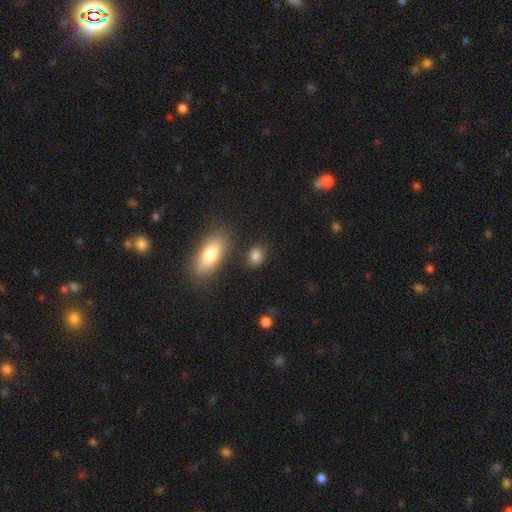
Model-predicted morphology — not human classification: Smooth or featured? Predicted: smooth (p=0.84). How rounded? Predicted: in between (p=0.59). Merging? Predicted: none (p=0.75).